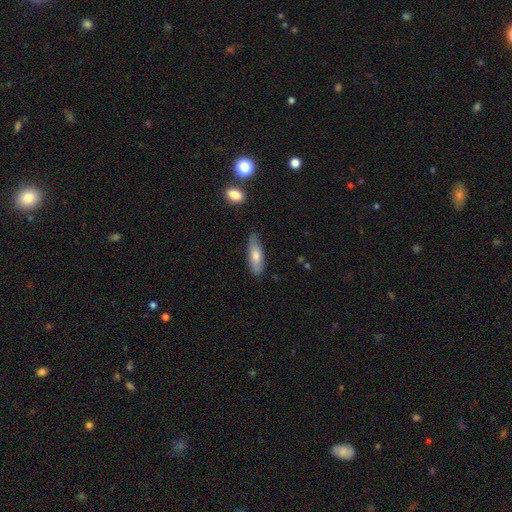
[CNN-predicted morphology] Smooth or featured: smooth — 73% (featured or disk — 21%)
How rounded: in between — 53% (cigar-shaped — 45%)
Merging: none — 74% (minor disturbance — 20%)